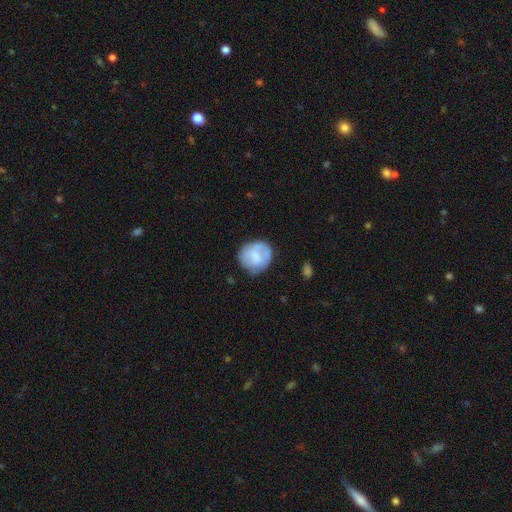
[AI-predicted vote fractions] Q: Smooth or featured?
A: smooth (64%); runner-up: featured or disk (30%)
Q: How rounded?
A: round (81%); runner-up: in between (18%)
Q: Merging?
A: none (64%); runner-up: minor disturbance (24%)